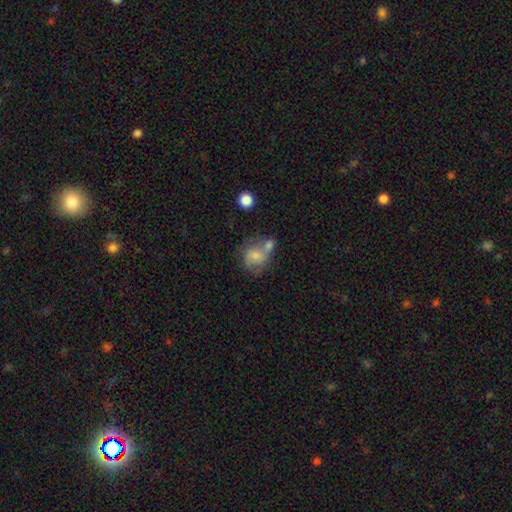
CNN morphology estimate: Smooth or featured: smooth — 61% (featured or disk — 30%)
How rounded: round — 63% (in between — 36%)
Merging: merger — 43% (none — 31%)